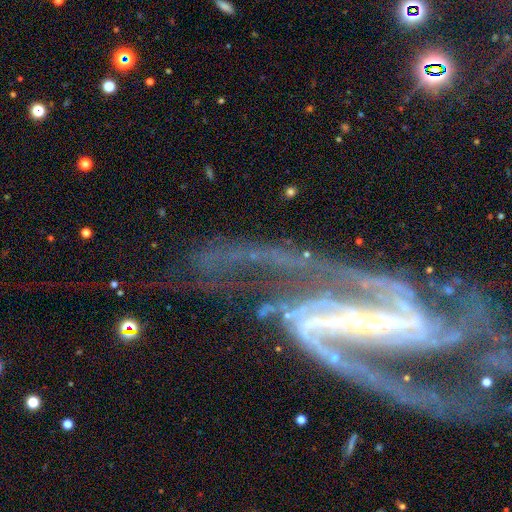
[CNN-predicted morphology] Overall: featured or disk (91%). Edge-on disk: no (96%). Bar: strong (72%). Spiral arms: yes (98%). Spiral arm count: 2 (73%). Spiral winding: medium (45%; loose 38%). Bulge size: small (80%). Merging: none (45%; major disturbance 30%).